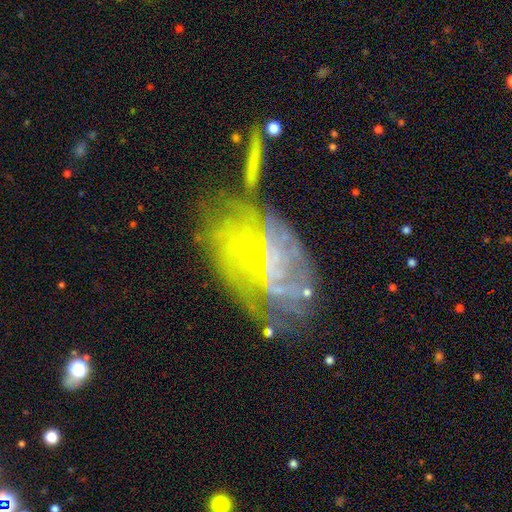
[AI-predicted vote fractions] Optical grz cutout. It shows a featured or disk galaxy (69%) with no bar (52%), spiral arms (62%) and no central bulge (47%). Merging: none (36%).